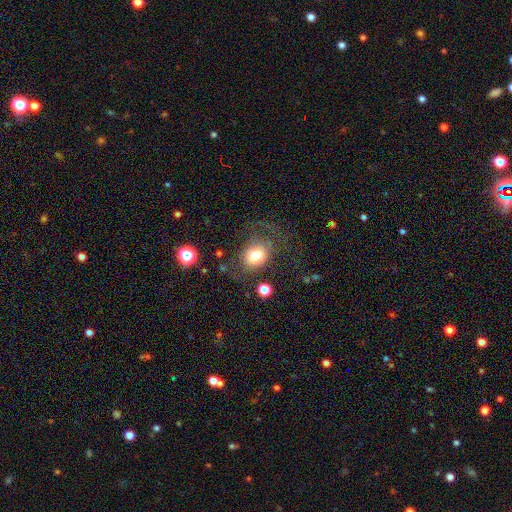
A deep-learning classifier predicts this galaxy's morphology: smooth_or_featured: smooth (p=0.71) [alt: featured or disk p=0.18]
how_rounded: in between (p=0.51) [alt: round p=0.48]
merging: none (p=0.52) [alt: major disturbance p=0.25]